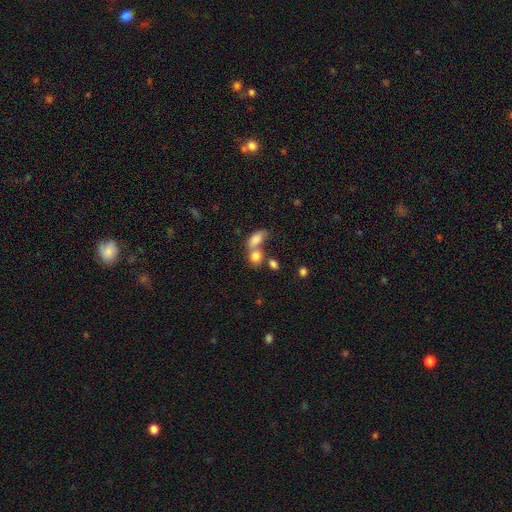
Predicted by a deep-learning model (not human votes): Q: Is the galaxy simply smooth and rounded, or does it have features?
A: smooth — 81%.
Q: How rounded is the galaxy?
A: in between — 56%.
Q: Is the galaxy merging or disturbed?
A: merger — 58%.